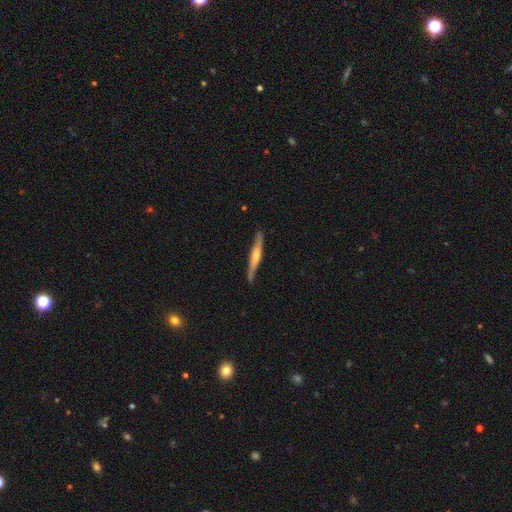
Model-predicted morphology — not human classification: Overall: featured or disk (68%). Edge-on disk: yes (95%). Edge-on bulge: rounded (74%). Merging: none (85%).